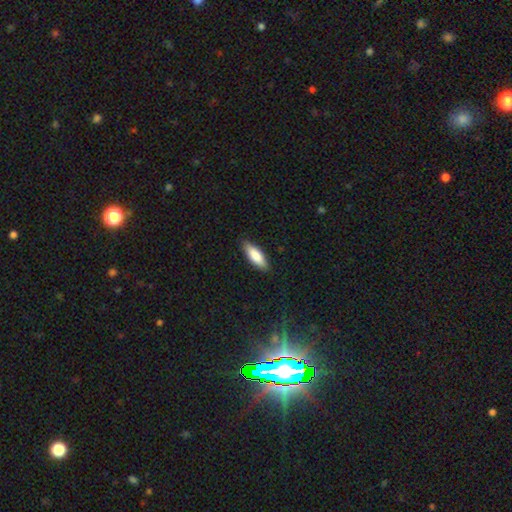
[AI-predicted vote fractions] smooth_or_featured: smooth (p=0.83) [alt: featured or disk p=0.12]
how_rounded: in between (p=0.61) [alt: cigar-shaped p=0.37]
merging: none (p=0.88) [alt: minor disturbance p=0.10]